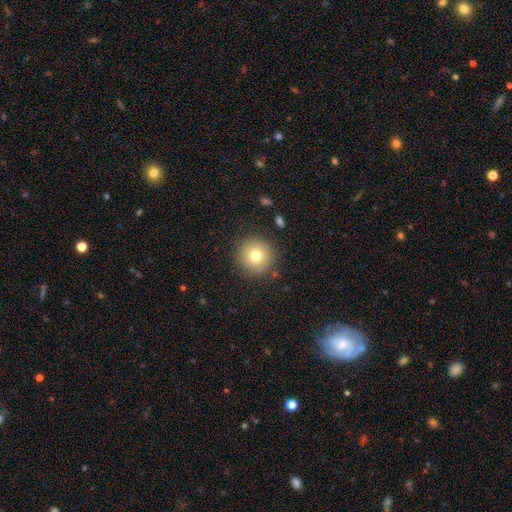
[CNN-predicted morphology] type=smooth (76%); roundness=round (95%); merging=none (88%).